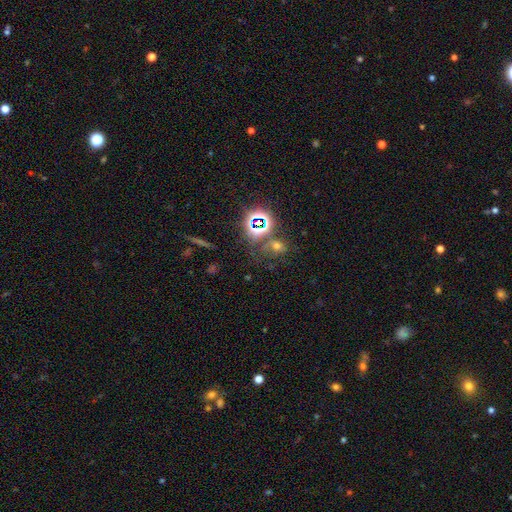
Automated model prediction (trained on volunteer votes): A star or artifact, not a galaxy (67%).

Vote fractions:
- Smooth or featured? star or artifact: 67% / smooth: 22% / featured or disk: 11%